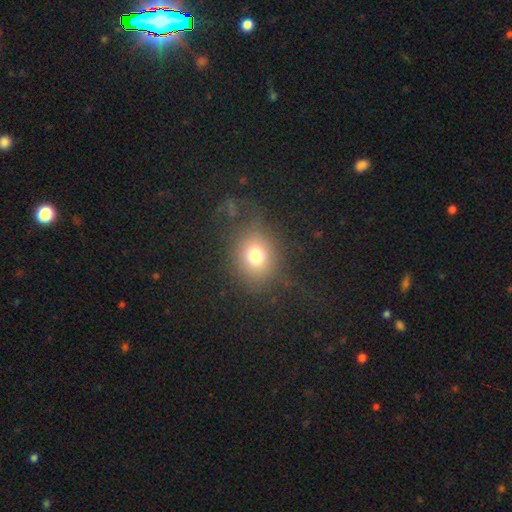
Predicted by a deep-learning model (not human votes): The model was most divided on "how rounded": round: 63%, in between: 36%, cigar-shaped: 1%. More confident: smooth or featured — smooth (73%); merging — none (66%).